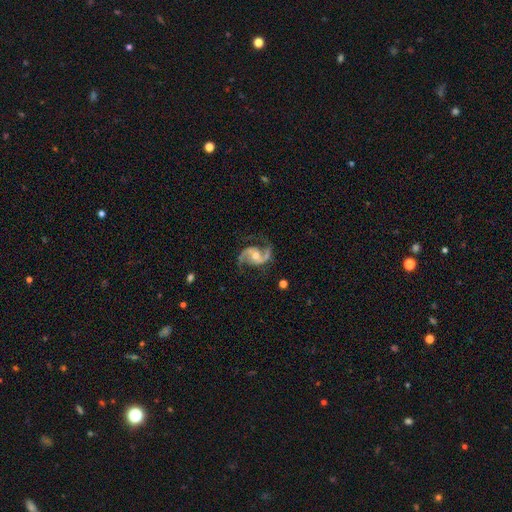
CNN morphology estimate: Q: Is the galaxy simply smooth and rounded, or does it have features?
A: featured or disk — 92%.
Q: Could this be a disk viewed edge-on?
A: no — 98%.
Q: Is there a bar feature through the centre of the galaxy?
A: no — 48%.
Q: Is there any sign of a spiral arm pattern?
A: yes — 98%.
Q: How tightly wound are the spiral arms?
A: medium — 52%.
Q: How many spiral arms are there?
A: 2 — 94%.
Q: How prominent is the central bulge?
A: moderate — 62%.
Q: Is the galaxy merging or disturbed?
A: none — 76%.